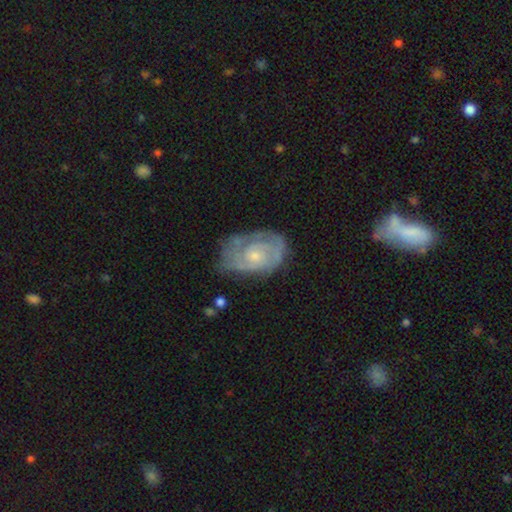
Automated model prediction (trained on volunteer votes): Morphology: type=featured or disk (76%); edge-on=no (97%); bar=no (74%); spiral arms=yes (86%); winding=tight (58%); arm count=2 (42%); bulge=small (64%); merging=none (59%).